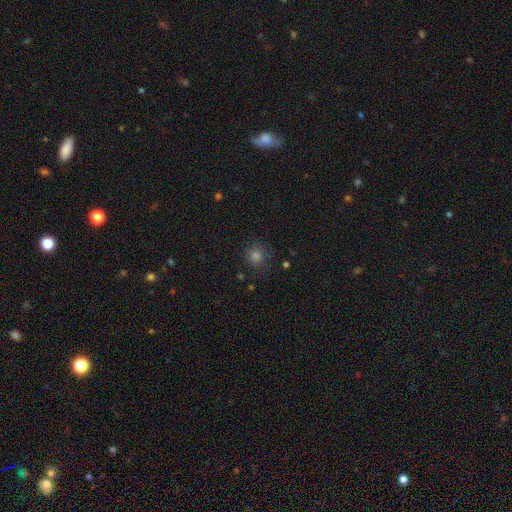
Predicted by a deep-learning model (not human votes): Smooth or featured? smooth (74%)
How rounded? round (89%)
Merging? none (82%)